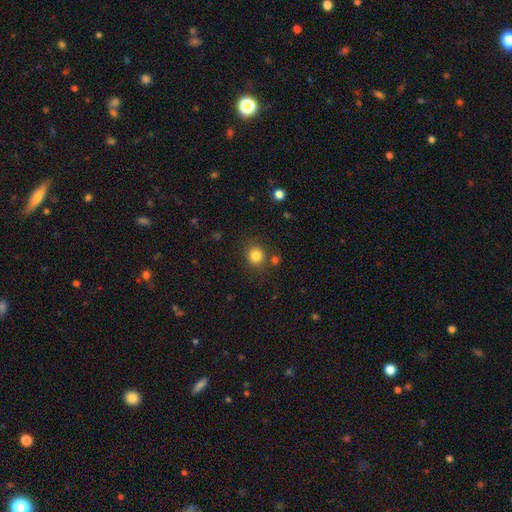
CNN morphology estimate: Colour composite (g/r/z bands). It shows a smooth galaxy with no disk features (83%) that is round (83%). Merging: none (81%).